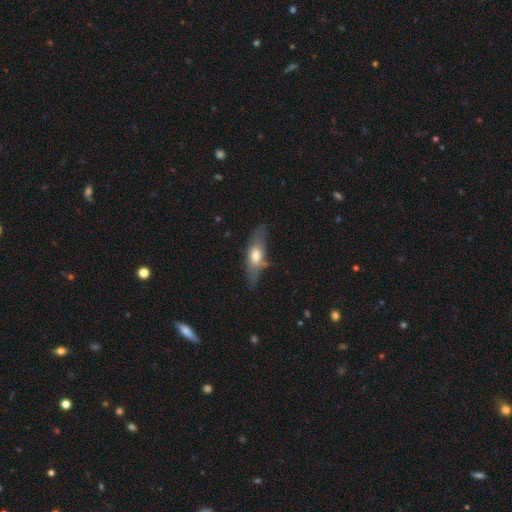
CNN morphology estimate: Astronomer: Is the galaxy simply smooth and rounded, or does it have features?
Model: smooth — 56% (runner-up: featured or disk, 37%).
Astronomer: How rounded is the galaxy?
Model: in between — 58% (runner-up: cigar-shaped, 38%).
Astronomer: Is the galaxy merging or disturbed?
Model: none — 57%.